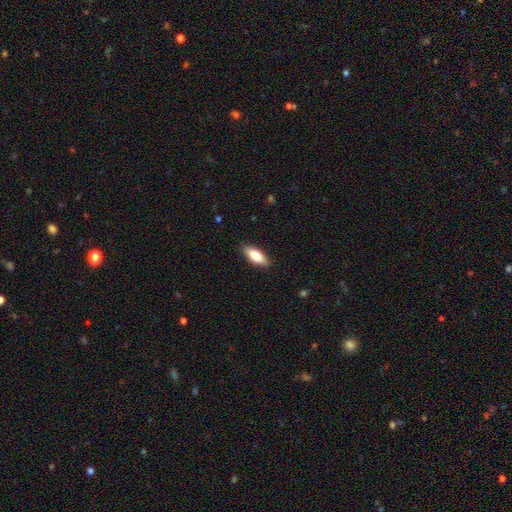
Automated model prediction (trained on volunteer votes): Smooth or featured? smooth (78%)
How rounded? in between (75%)
Merging? none (86%)